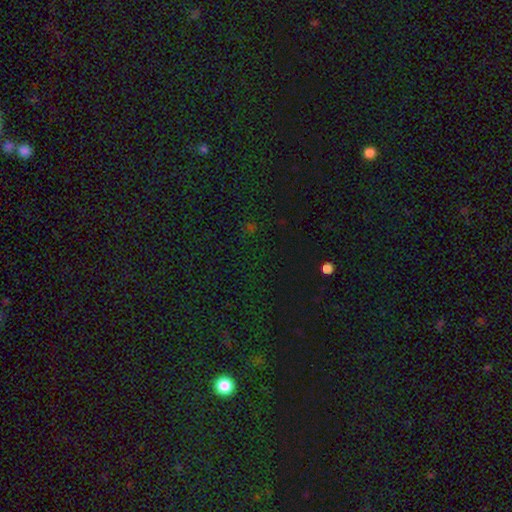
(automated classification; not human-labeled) Smooth or featured: star or artifact — 75% (smooth — 16%)